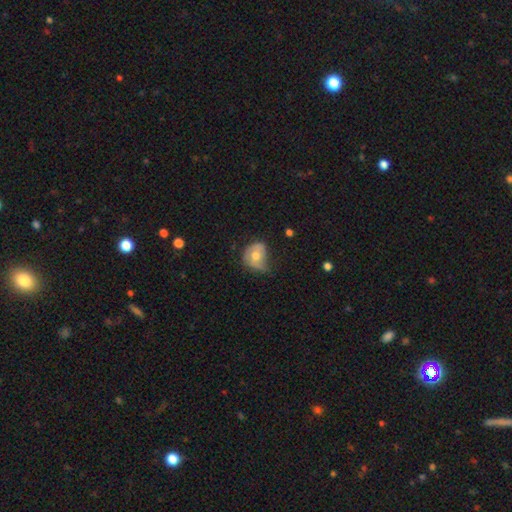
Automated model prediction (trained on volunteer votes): Overall: smooth (57%; featured or disk 36%). How rounded: round (56%; in between 43%). Merging: minor disturbance (42%; none 33%).